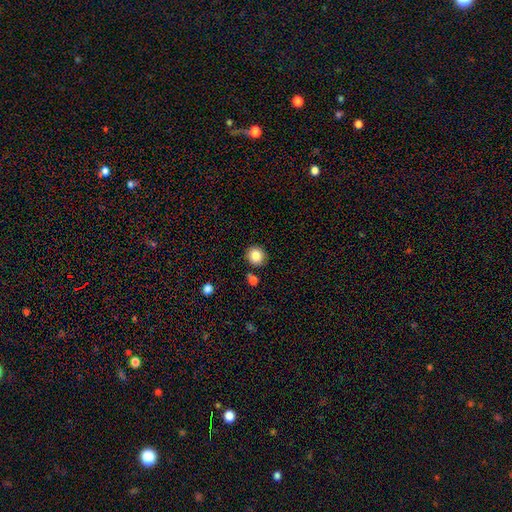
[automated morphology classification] smooth 84%, star or artifact 10%, featured or disk 6%. Down the decision tree: how rounded — round (89%); merging — none (88%).